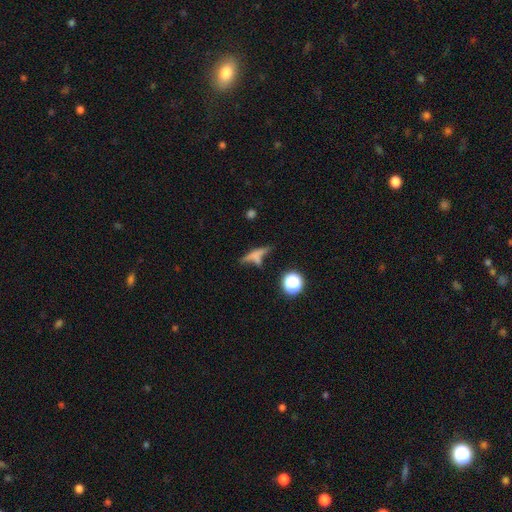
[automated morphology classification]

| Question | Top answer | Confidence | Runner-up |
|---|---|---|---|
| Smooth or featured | smooth | 54% | featured or disk (31%) |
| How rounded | cigar-shaped | 64% | in between (26%) |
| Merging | none | 48% | minor disturbance (21%) |